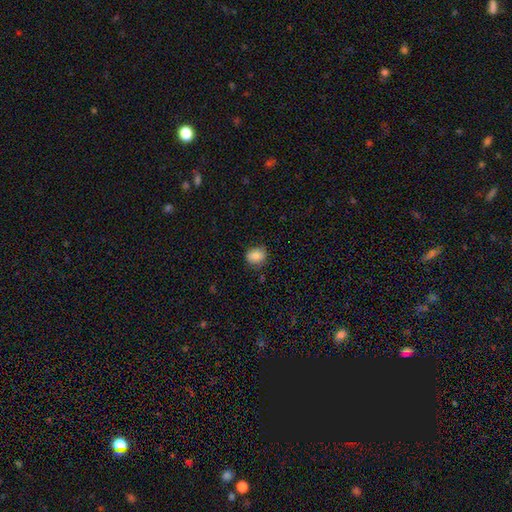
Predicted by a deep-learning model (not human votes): A smooth galaxy with no disk features (86%) that is in between round and cigar-shaped (50%). Merging: none (76%).